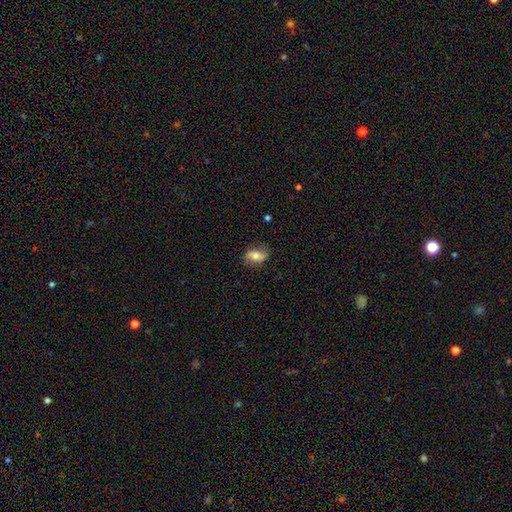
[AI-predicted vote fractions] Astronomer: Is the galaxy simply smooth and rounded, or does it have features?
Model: smooth — 60%.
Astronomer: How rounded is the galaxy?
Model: in between — 84%.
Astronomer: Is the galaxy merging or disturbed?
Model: none — 77%.